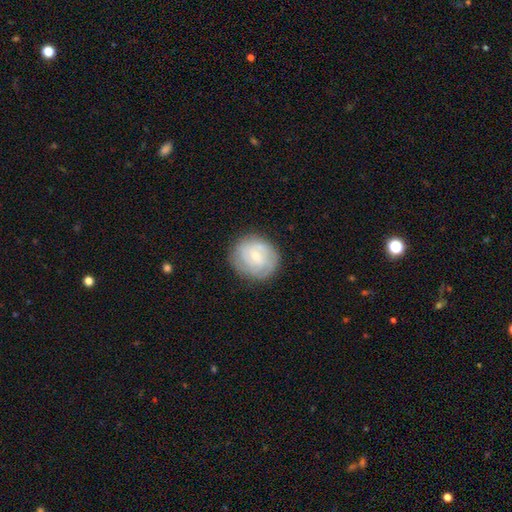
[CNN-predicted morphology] type=featured or disk (66%); edge-on=no (98%); bar=no (52%); spiral arms=yes (88%); winding=tight (66%); arm count=can't tell (37%); bulge=small (64%); merging=none (82%).